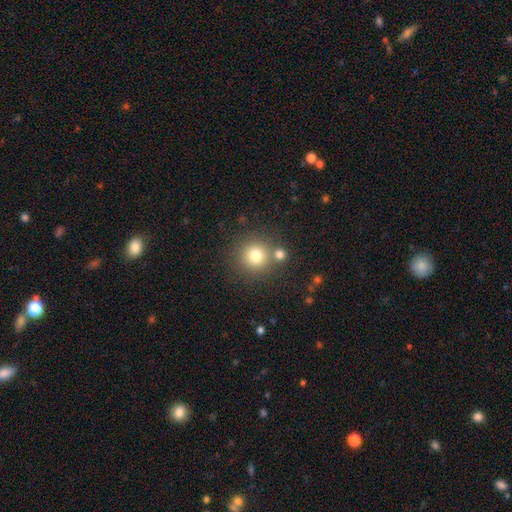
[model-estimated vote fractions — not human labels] smooth_or_featured: smooth (p=0.76) [alt: star or artifact p=0.14]
how_rounded: round (p=0.94) [alt: in between p=0.05]
merging: none (p=0.74) [alt: merger p=0.15]